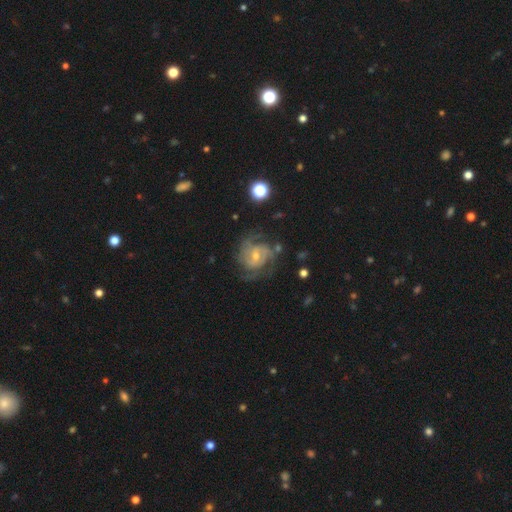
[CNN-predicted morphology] The model was most divided on "bulge size": moderate: 48%, small: 47%, large: 2%, none: 2%, dominant: 1%. Remaining: edge-on disk — no (98%); spiral arms — yes (96%); smooth or featured — featured or disk (86%); merging — none (63%); spiral winding — tight (51%); bar — weak (49%); spiral arm count — 2 (40%).